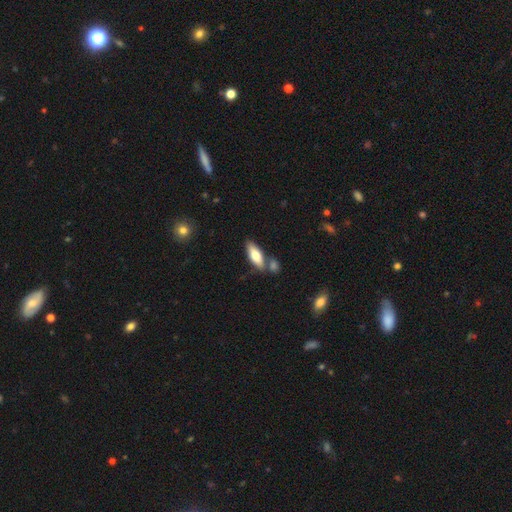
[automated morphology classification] smooth-or-featured: smooth: 69% | featured or disk: 26% | star or artifact: 6%
  how-rounded: in between: 66% | cigar-shaped: 32% | round: 2%
  merging: none: 64% | merger: 19% | minor disturbance: 14% | major disturbance: 4%